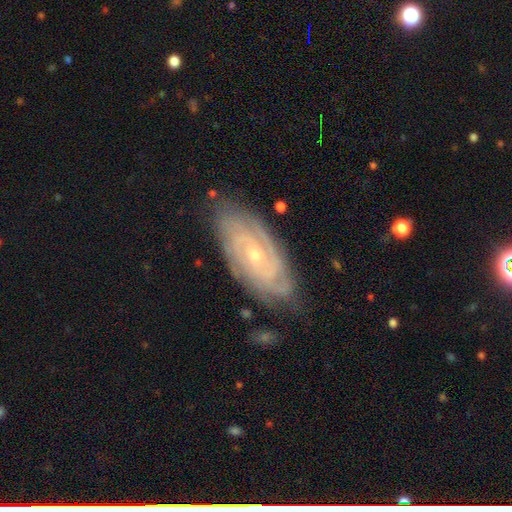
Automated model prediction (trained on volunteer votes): Smooth or featured? Predicted: featured or disk (p=0.88). Edge-on disk? Predicted: no (p=0.95). Bar? Predicted: no (p=0.63). Spiral arms? Predicted: yes (p=0.98). Spiral winding? Predicted: tight (p=0.76). Spiral arm count? Predicted: 3 (p=0.25). Bulge size? Predicted: small (p=0.69). Merging? Predicted: none (p=0.78).